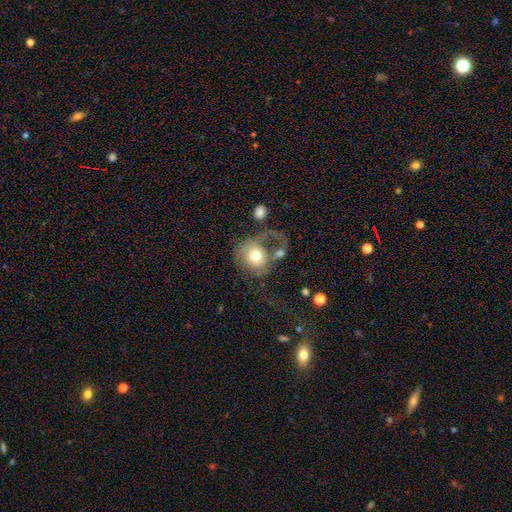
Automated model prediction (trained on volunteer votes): Smooth or featured?
  - smooth: 59% *
  - featured or disk: 33%
  - star or artifact: 9%
How rounded?
  - round: 74% *
  - in between: 25%
  - cigar-shaped: 1%
Merging?
  - major disturbance: 48% *
  - none: 20%
  - merger: 19%
  - minor disturbance: 12%